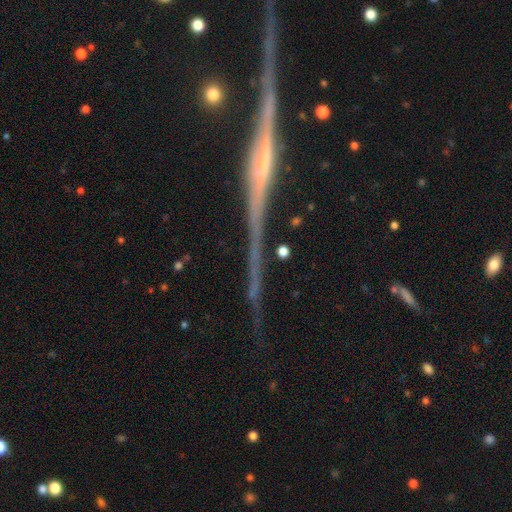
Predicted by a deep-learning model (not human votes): smooth-or-featured: featured or disk: 85% | star or artifact: 8% | smooth: 7%
  disk-edge-on: yes: 96% | no: 4%
    edge-on-bulge: rounded: 39% | none: 33% | boxy: 28%
  merging: none: 80% | minor disturbance: 13% | major disturbance: 4% | merger: 3%